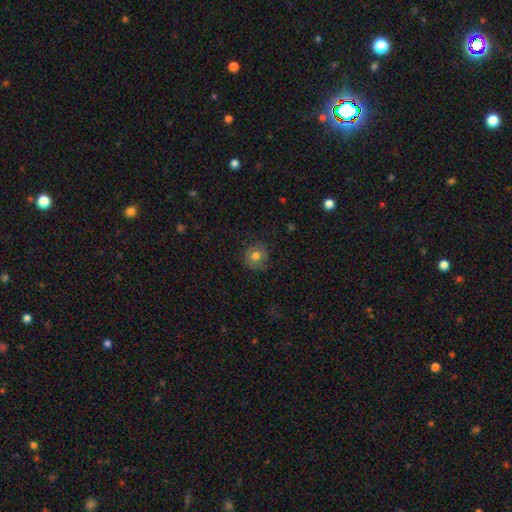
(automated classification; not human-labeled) Smooth or featured? Predicted: smooth (p=0.72). How rounded? Predicted: round (p=0.89). Merging? Predicted: none (p=0.79).